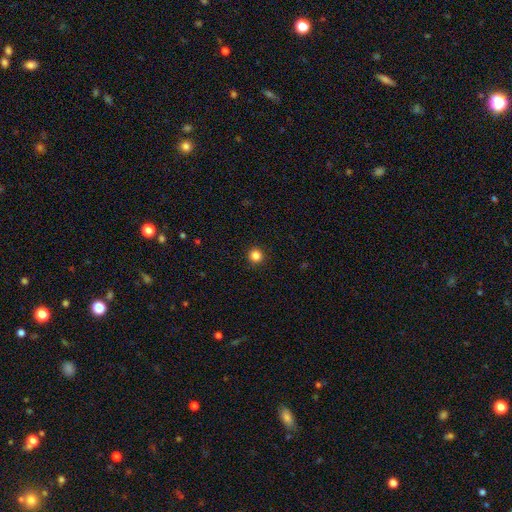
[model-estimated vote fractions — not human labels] Smooth or featured? smooth (84%)
How rounded? round (94%)
Merging? none (93%)